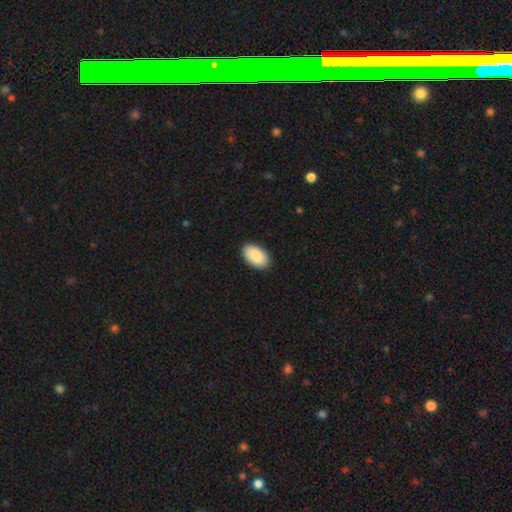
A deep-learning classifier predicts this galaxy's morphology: Q: Smooth or featured?
A: smooth (90%); runner-up: star or artifact (5%)
Q: How rounded?
A: in between (96%); runner-up: round (3%)
Q: Merging?
A: none (89%); runner-up: minor disturbance (8%)